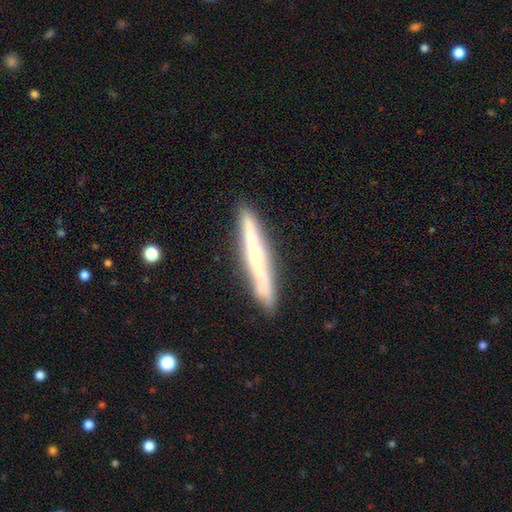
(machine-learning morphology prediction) smooth-or-featured: featured or disk: 51% | smooth: 43% | star or artifact: 6%
  disk-edge-on: yes: 93% | no: 7%
  merging: none: 87% | minor disturbance: 10% | major disturbance: 2% | merger: 2%